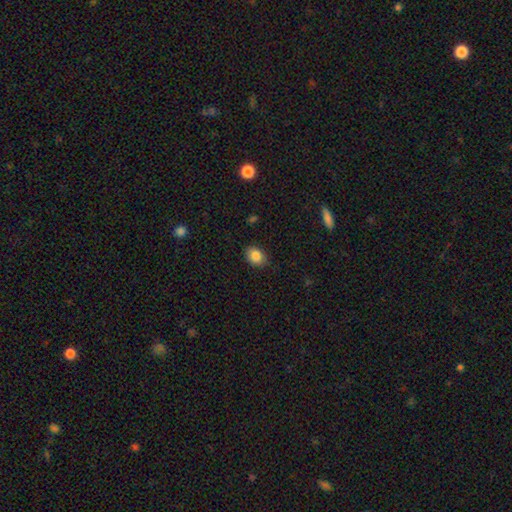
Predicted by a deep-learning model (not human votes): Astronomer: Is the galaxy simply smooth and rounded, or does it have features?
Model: smooth — 85%.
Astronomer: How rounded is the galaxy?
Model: in between — 68%.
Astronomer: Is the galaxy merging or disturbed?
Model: none — 83%.